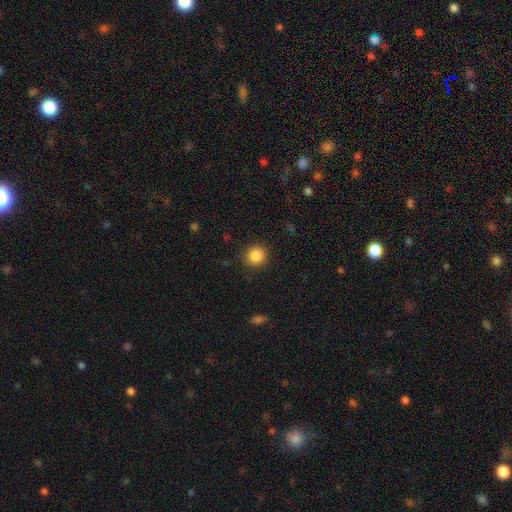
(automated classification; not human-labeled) A smooth galaxy with no disk features (86%) that is round (90%).

Vote fractions:
- Smooth or featured? smooth: 86% / star or artifact: 10% / featured or disk: 4%
- How rounded? round: 90% / in between: 9% / cigar-shaped: 1%
- Merging? none: 89% / minor disturbance: 7% / major disturbance: 3% / merger: 1%